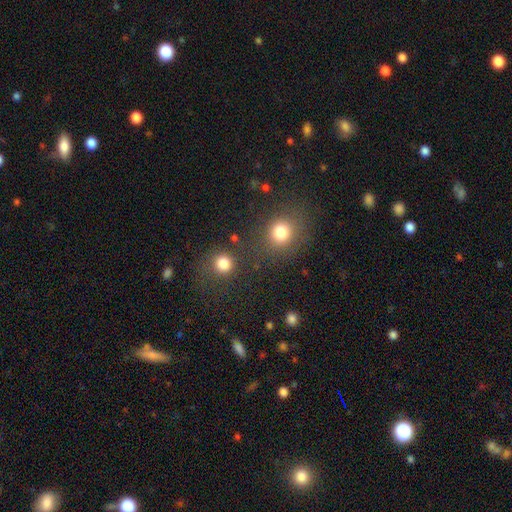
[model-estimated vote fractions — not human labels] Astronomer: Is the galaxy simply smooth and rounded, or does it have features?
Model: smooth — 62%.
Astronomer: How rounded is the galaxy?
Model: round — 79%.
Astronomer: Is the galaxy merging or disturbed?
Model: none — 76%.